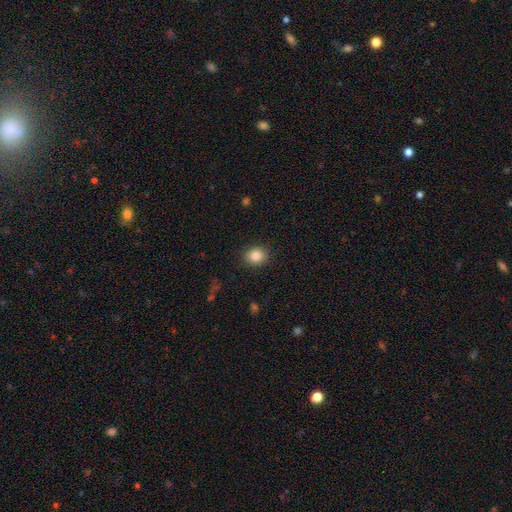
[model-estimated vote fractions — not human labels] Overall: smooth (84%). How rounded: round (66%; in between 33%). Merging: none (89%).